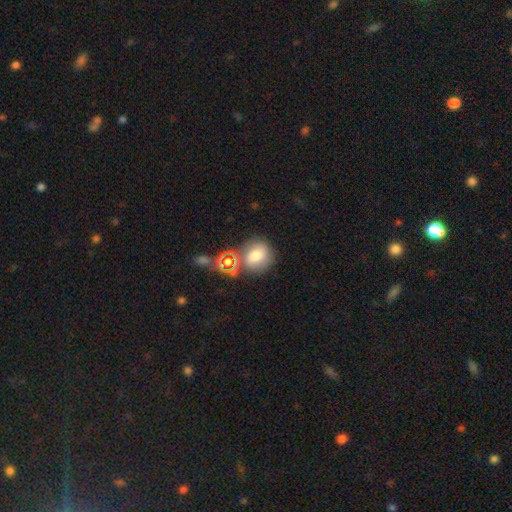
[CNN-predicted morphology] smooth 69%, featured or disk 16%, star or artifact 15%. Down the decision tree: how rounded — round (71%); merging — none (61%).